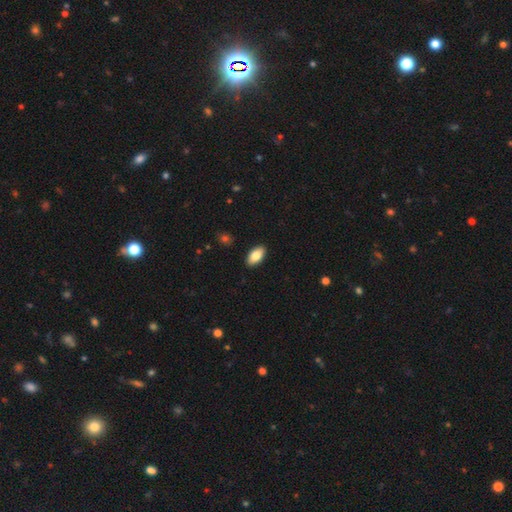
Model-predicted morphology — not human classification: Smooth or featured? smooth (83%)
How rounded? in between (94%)
Merging? none (91%)